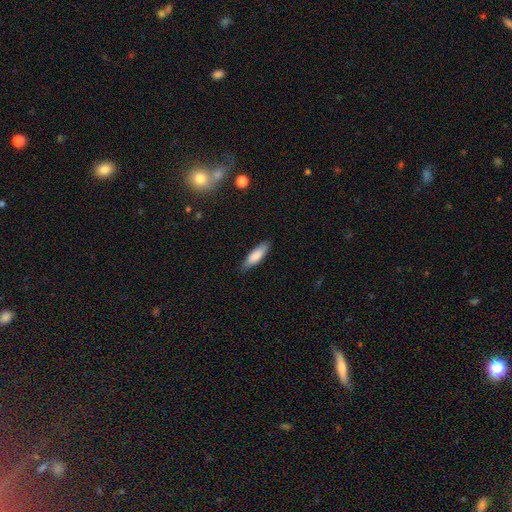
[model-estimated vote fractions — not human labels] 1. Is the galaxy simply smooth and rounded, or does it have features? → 84% smooth, 11% featured or disk, 6% star or artifact.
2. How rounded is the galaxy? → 54% cigar-shaped, 45% in between, 2% round.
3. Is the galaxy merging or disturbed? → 83% none, 13% minor disturbance, 2% major disturbance, 1% merger.